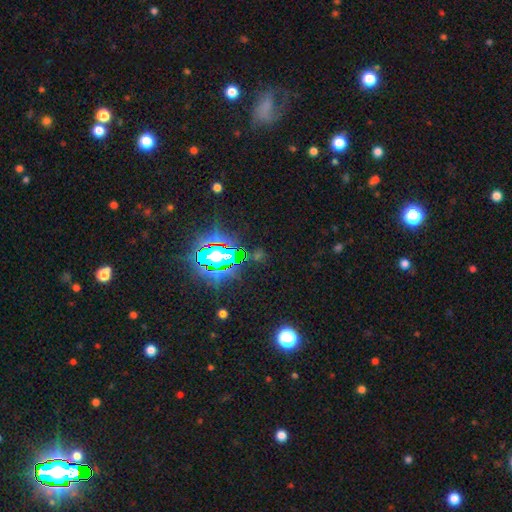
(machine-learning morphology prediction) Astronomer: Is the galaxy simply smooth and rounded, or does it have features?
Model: star or artifact — 77%.